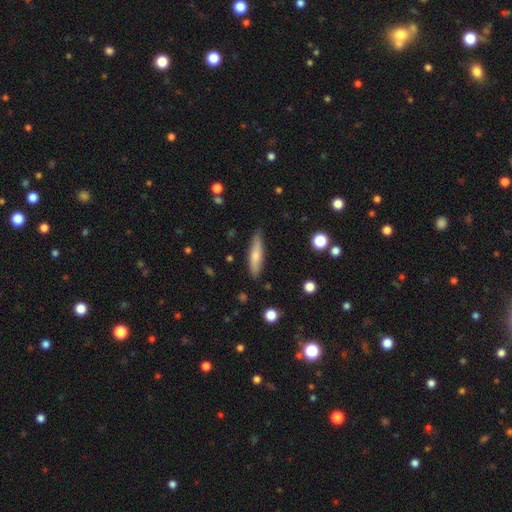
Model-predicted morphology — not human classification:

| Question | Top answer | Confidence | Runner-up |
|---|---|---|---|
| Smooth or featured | smooth | 66% | featured or disk (28%) |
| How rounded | cigar-shaped | 78% | in between (20%) |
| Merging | none | 83% | minor disturbance (13%) |